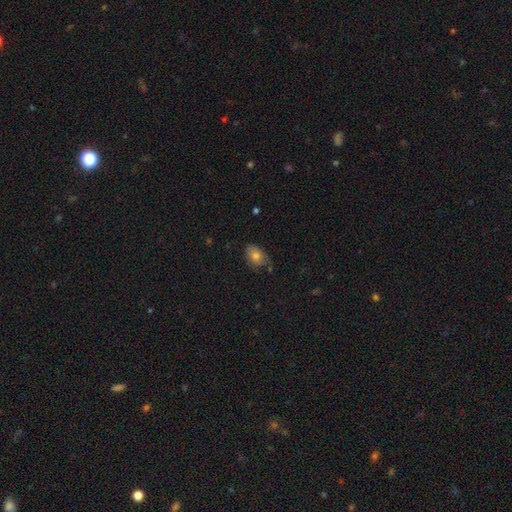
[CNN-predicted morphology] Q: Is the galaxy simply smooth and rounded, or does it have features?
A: smooth — 75%.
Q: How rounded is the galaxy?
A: in between — 83%.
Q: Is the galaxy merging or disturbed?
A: none — 63%.